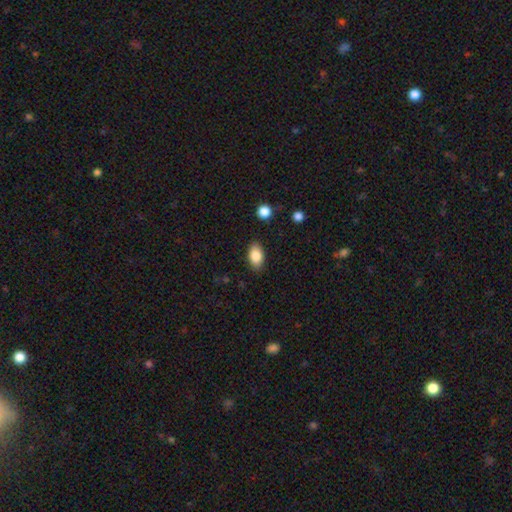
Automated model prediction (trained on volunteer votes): smooth_or_featured: smooth (p=0.84) [alt: featured or disk p=0.08]
how_rounded: in between (p=0.91) [alt: round p=0.07]
merging: none (p=0.86) [alt: minor disturbance p=0.10]